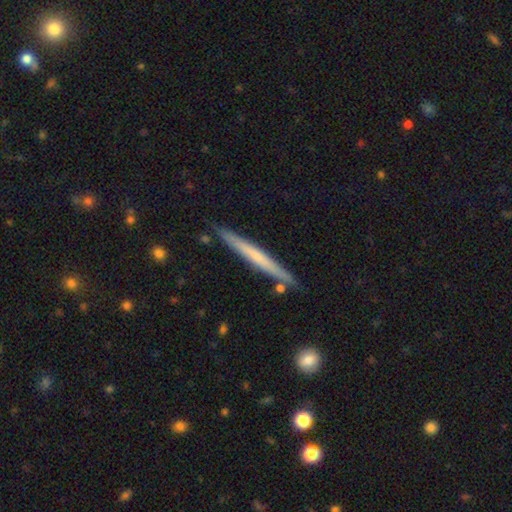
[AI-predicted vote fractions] Smooth or featured?
  - featured or disk: 54% *
  - smooth: 39%
  - star or artifact: 7%
Edge-on disk?
  - yes: 97% *
  - no: 3%
Edge-on bulge?
  - none: 73% *
  - rounded: 22%
  - boxy: 5%
Merging?
  - none: 89% *
  - minor disturbance: 8%
  - merger: 2%
  - major disturbance: 1%